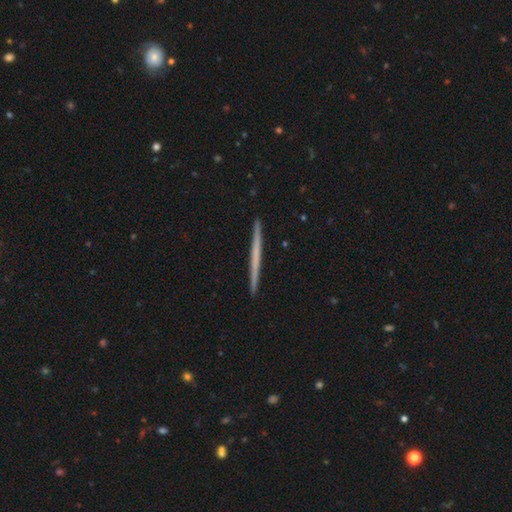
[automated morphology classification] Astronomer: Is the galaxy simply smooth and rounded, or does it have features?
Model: featured or disk — 54% (runner-up: smooth, 41%).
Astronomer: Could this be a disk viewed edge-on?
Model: yes — 98%.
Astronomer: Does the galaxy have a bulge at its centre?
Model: none — 89%.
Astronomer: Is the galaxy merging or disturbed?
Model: none — 93%.